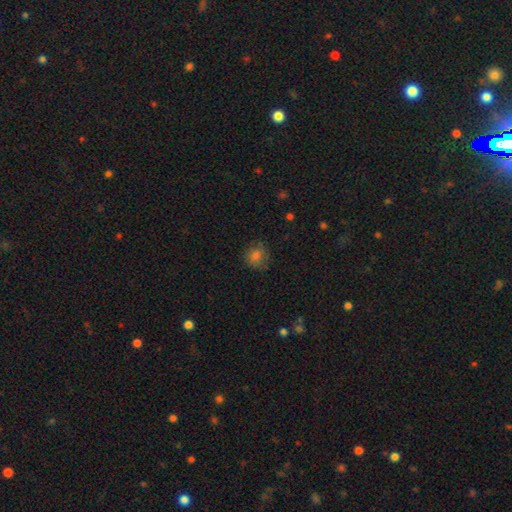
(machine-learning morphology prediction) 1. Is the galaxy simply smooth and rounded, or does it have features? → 76% smooth, 15% star or artifact, 9% featured or disk.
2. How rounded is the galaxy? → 78% round, 21% in between, 1% cigar-shaped.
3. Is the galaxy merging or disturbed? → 78% none, 16% minor disturbance, 5% major disturbance, 1% merger.